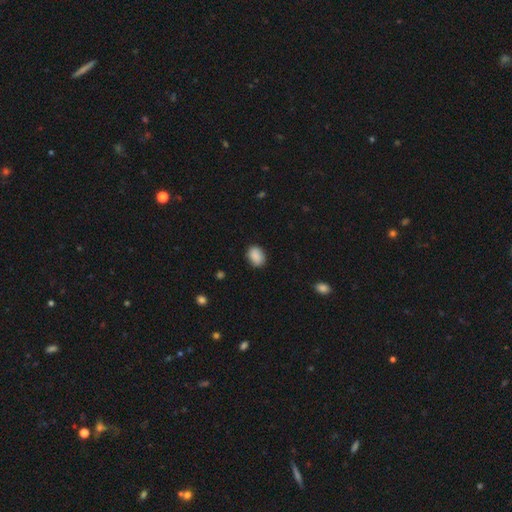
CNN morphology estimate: smooth 90%, star or artifact 7%, featured or disk 3%. Down the decision tree: how rounded — in between (75%); merging — none (84%).